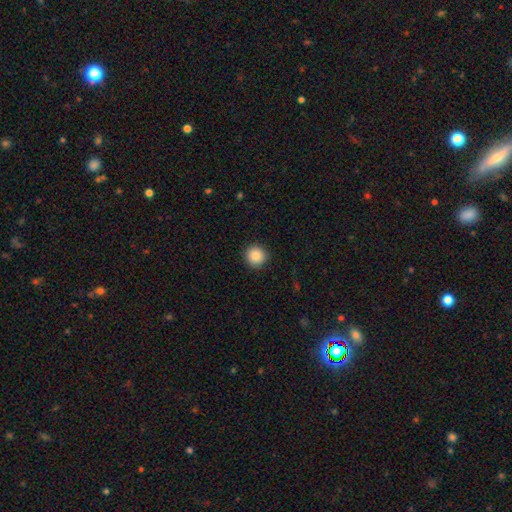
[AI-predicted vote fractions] This is clearly a smooth galaxy (88%). How rounded: clearly round (95%). Merging: clearly none (92%).